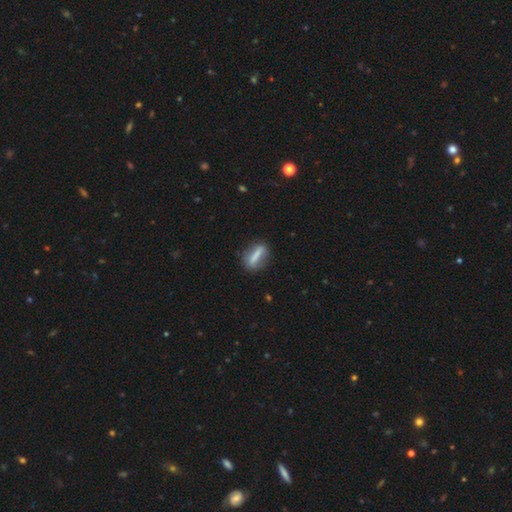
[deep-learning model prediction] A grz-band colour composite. It shows a smooth galaxy with no disk features (59%) that is cigar-shaped (55%). Merging: none (79%).